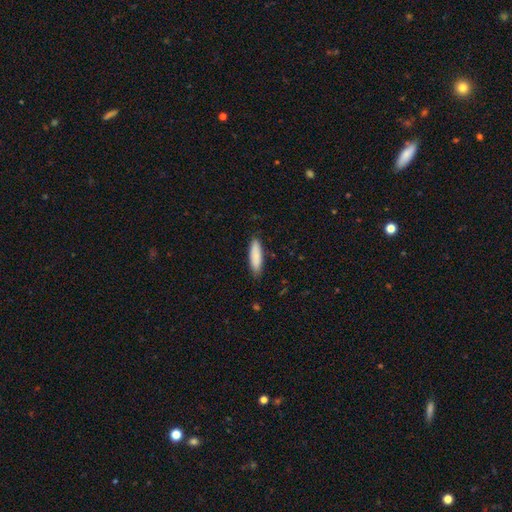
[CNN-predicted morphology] smooth_or_featured: smooth (p=0.87) [alt: featured or disk p=0.07]
how_rounded: cigar-shaped (p=0.59) [alt: in between p=0.40]
merging: none (p=0.85) [alt: minor disturbance p=0.12]